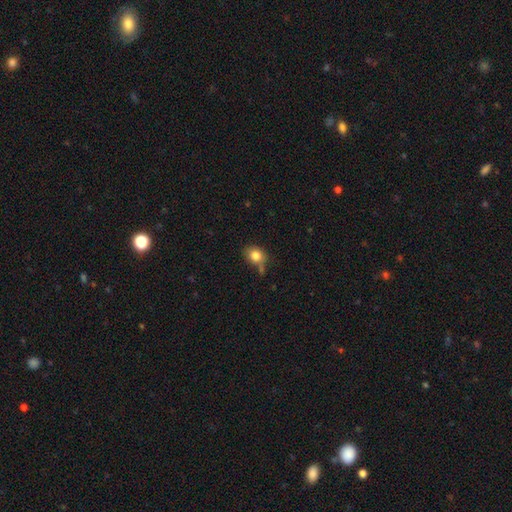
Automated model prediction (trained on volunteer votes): This is clearly a smooth galaxy (81%). How rounded: possibly round (57%). Merging: possibly none (57%).